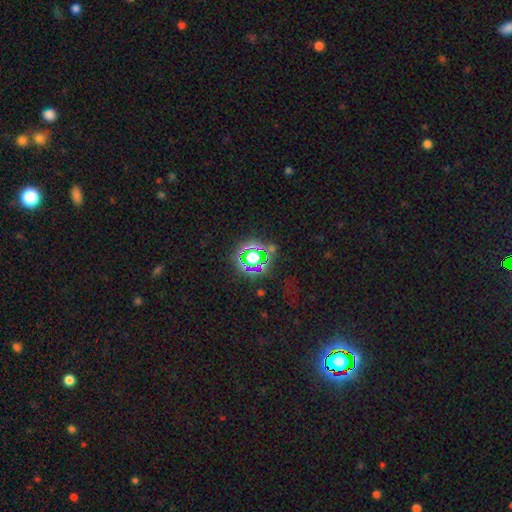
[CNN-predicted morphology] smooth-or-featured: star or artifact: 70% | smooth: 21% | featured or disk: 9%